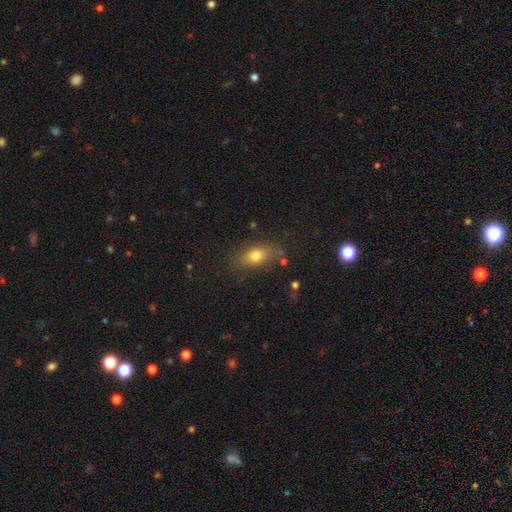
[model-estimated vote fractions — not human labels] Morphology: type=smooth (75%); roundness=in between (78%); merging=none (74%).